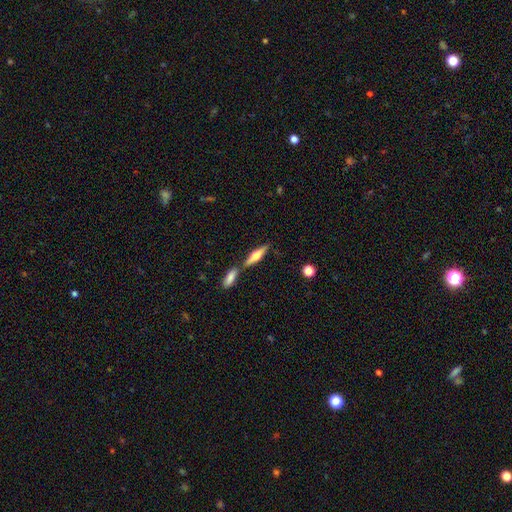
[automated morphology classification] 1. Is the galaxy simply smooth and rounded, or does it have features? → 49% smooth, 45% featured or disk, 6% star or artifact.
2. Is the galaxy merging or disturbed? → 65% none, 22% merger, 10% minor disturbance, 3% major disturbance.